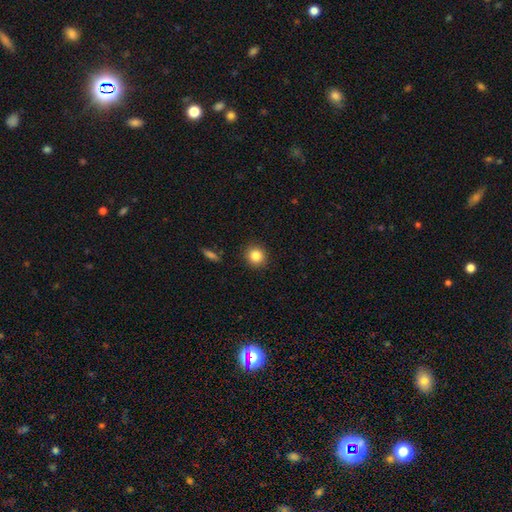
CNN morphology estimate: smooth-or-featured: smooth: 84% | star or artifact: 10% | featured or disk: 5%
  how-rounded: round: 90% | in between: 9% | cigar-shaped: 1%
  merging: none: 91% | minor disturbance: 6% | major disturbance: 2% | merger: 1%